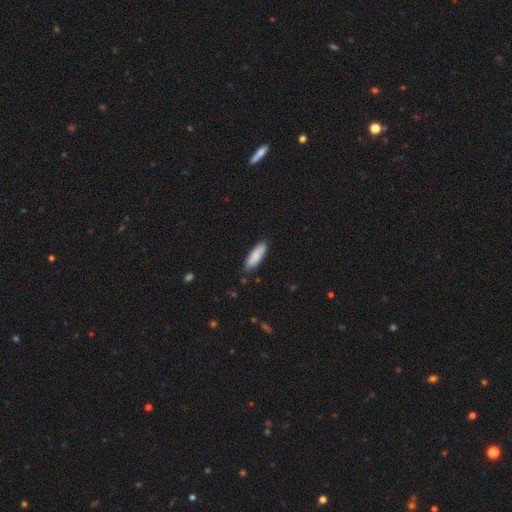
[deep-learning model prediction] Overall: smooth (87%). How rounded: in between (53%; cigar-shaped 45%). Merging: none (87%).